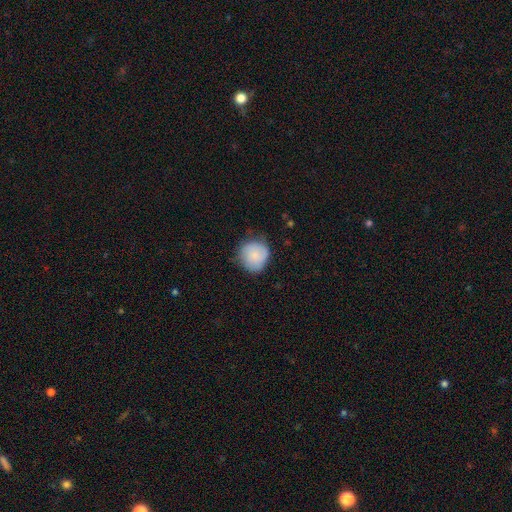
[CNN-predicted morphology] This appears to be a smooth galaxy with no disk features (80%) that is round (88%). Merging: none (65%).